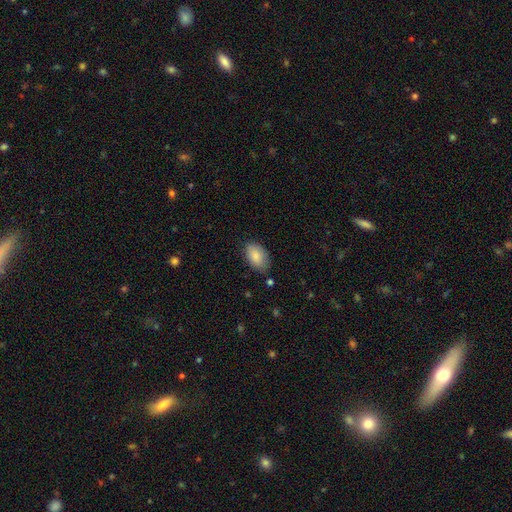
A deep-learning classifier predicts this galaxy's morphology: This appears to be a smooth galaxy with no disk features (88%) that is in between round and cigar-shaped (93%). Merging: none (79%).